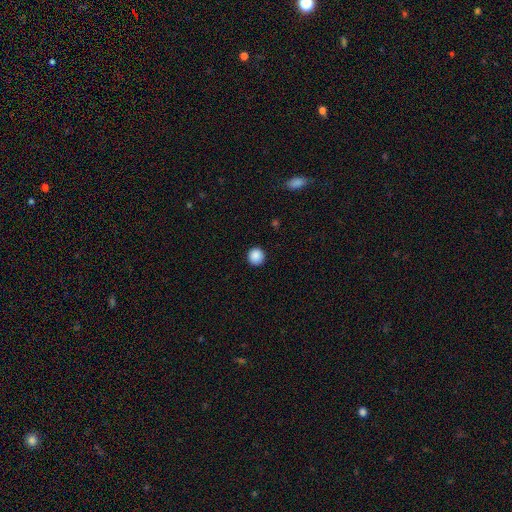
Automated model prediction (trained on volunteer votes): This is clearly a smooth galaxy (89%). How rounded: clearly round (94%). Merging: clearly none (92%).